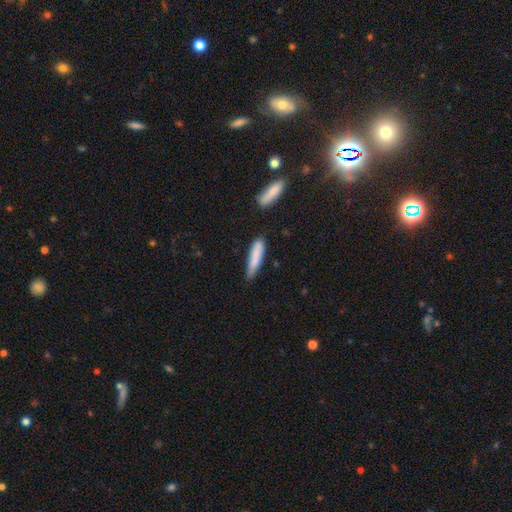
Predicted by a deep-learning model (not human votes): The model was most divided on "merging": none: 71%, minor disturbance: 20%, merger: 5%, major disturbance: 4%. More confident: smooth or featured — smooth (81%); how rounded — cigar-shaped (80%).